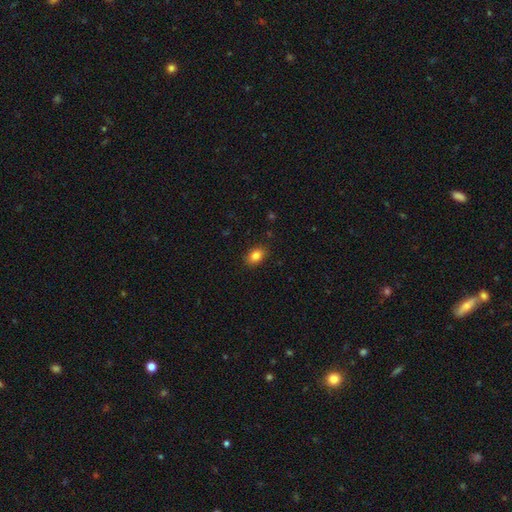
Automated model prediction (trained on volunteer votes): This is clearly a smooth galaxy (84%). How rounded: likely in between (78%). Merging: clearly none (87%).